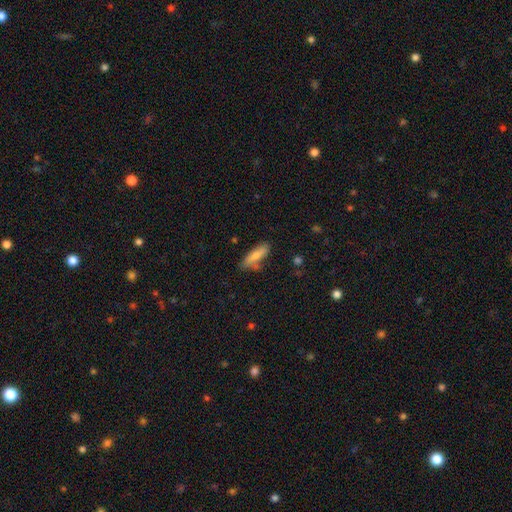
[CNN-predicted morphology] smooth 75%, featured or disk 19%, star or artifact 7%. Down the decision tree: how rounded — cigar-shaped (54%); merging — none (67%).